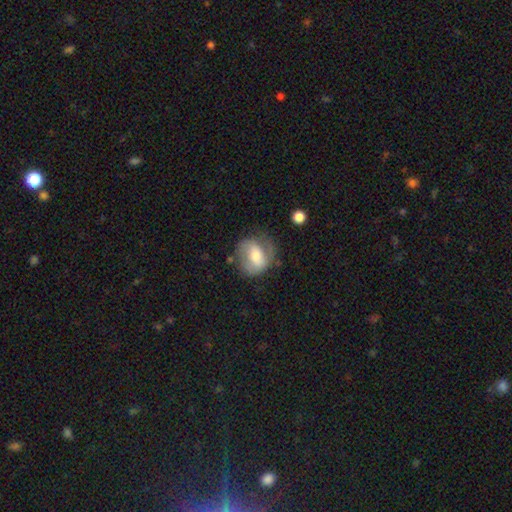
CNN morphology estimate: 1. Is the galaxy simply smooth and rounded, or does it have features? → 51% featured or disk, 42% smooth, 7% star or artifact.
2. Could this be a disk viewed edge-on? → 96% no, 4% yes.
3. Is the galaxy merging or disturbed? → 55% none, 26% minor disturbance, 16% major disturbance, 3% merger.